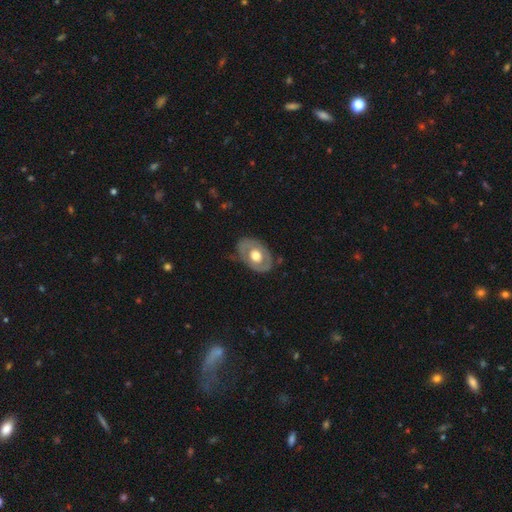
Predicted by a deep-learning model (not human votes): Smooth or featured? featured or disk (54%)
Edge-on disk? no (91%)
Merging? none (72%)